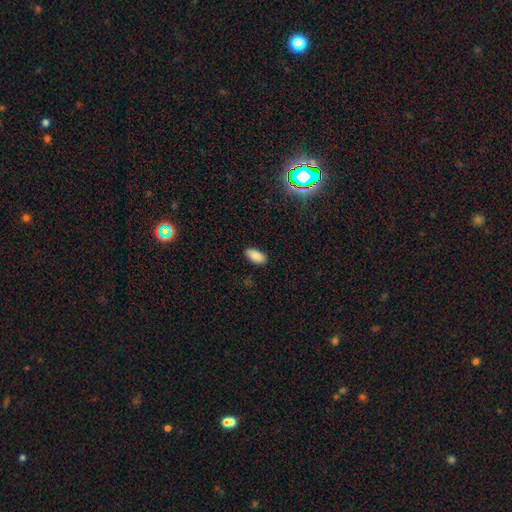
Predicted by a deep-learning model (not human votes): This appears to be a smooth galaxy with no disk features (88%) that is in between round and cigar-shaped (93%). Merging: none (86%).